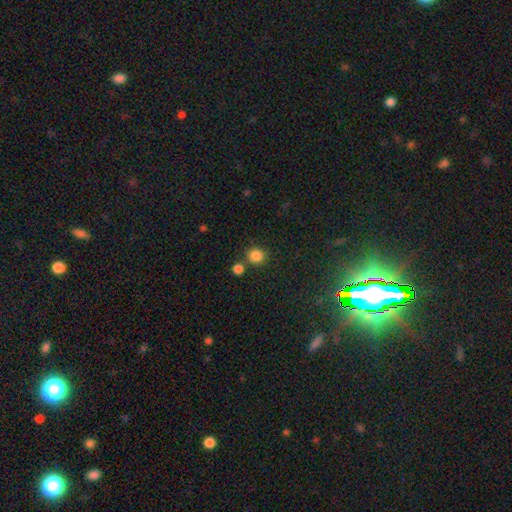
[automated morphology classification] A smooth galaxy with no disk features (84%) that is round (87%).

Vote fractions:
- Smooth or featured? smooth: 84% / star or artifact: 12% / featured or disk: 4%
- How rounded? round: 87% / in between: 12% / cigar-shaped: 1%
- Merging? none: 75% / merger: 14% / minor disturbance: 8% / major disturbance: 3%